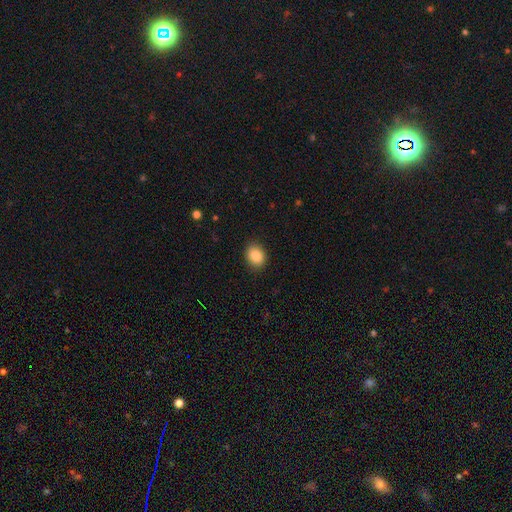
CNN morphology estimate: type=smooth (86%); roundness=in between (50%); merging=none (89%).